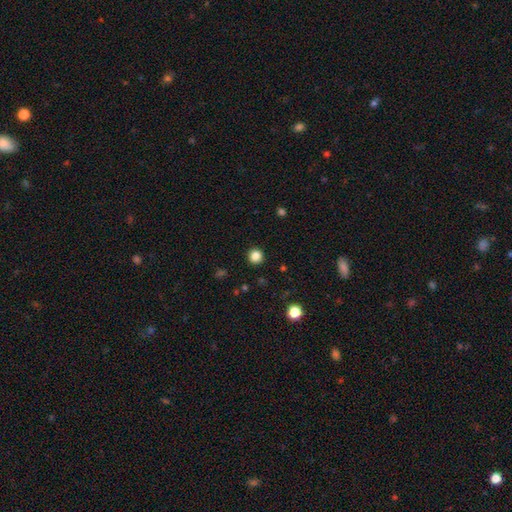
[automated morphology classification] This appears to be a smooth galaxy with no disk features (85%) that is round (95%). Merging: none (93%).